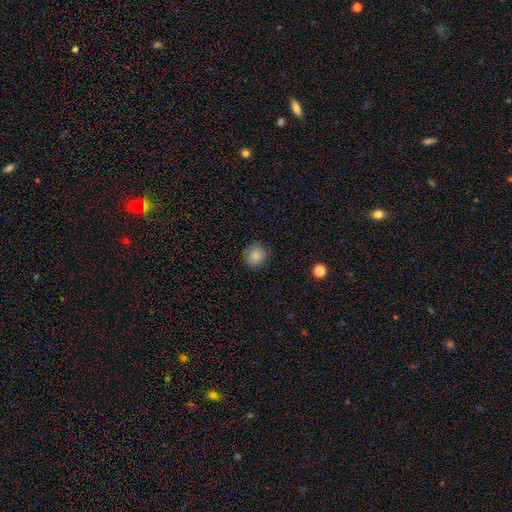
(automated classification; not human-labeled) Smooth or featured?
  - smooth: 86% *
  - star or artifact: 9%
  - featured or disk: 5%
How rounded?
  - round: 91% *
  - in between: 8%
  - cigar-shaped: 1%
Merging?
  - none: 87% *
  - minor disturbance: 9%
  - major disturbance: 2%
  - merger: 1%